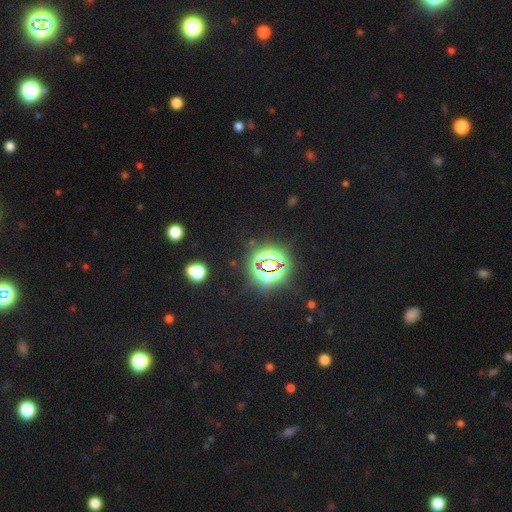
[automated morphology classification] A star or artifact, not a galaxy (70%).